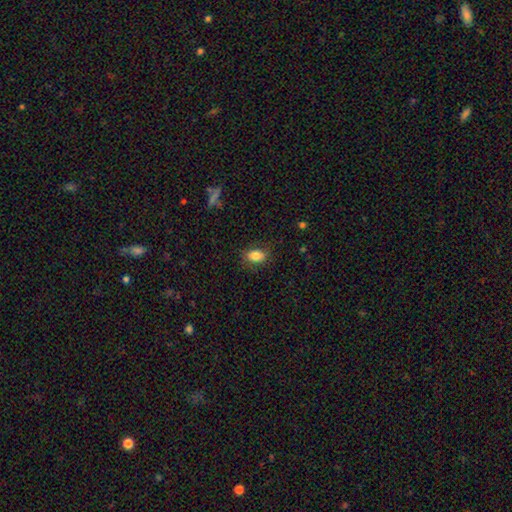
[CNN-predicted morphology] A smooth galaxy with no disk features (83%) that is in between round and cigar-shaped (83%).

Vote fractions:
- Smooth or featured? smooth: 83% / star or artifact: 9% / featured or disk: 8%
- How rounded? in between: 83% / round: 15% / cigar-shaped: 2%
- Merging? none: 79% / minor disturbance: 15% / major disturbance: 4% / merger: 1%